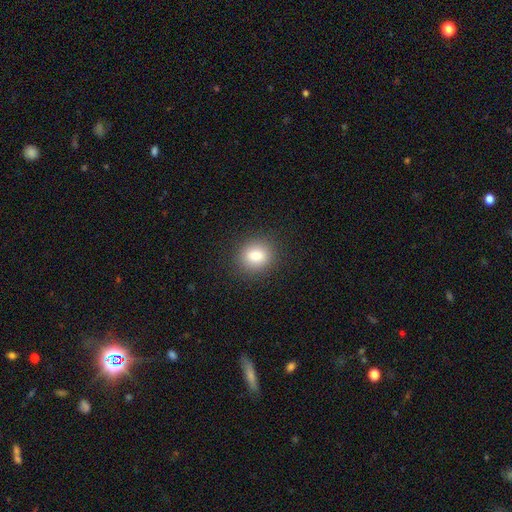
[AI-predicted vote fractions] smooth-or-featured: smooth: 84% | star or artifact: 10% | featured or disk: 6%
  how-rounded: round: 73% | in between: 26% | cigar-shaped: 1%
  merging: none: 89% | minor disturbance: 7% | major disturbance: 3% | merger: 1%